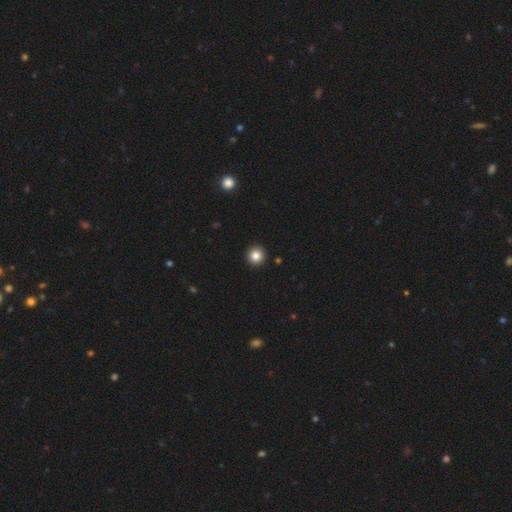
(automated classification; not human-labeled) This appears to be a smooth galaxy with no disk features (83%) that is round (95%). Merging: none (93%).